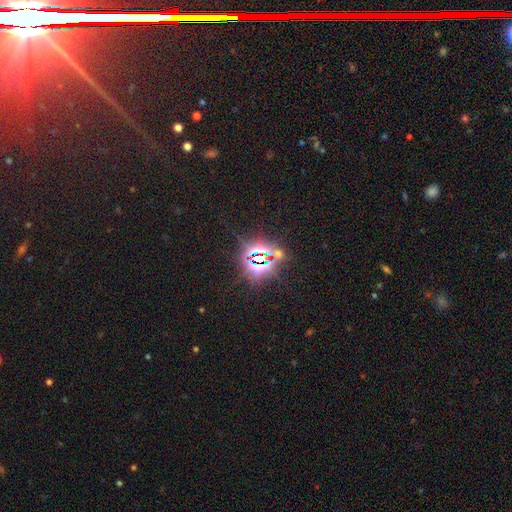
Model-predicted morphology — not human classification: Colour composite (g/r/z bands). It shows a star or artifact, not a galaxy (84%).